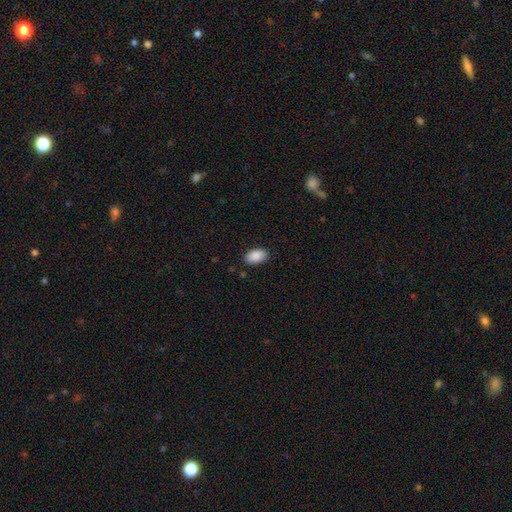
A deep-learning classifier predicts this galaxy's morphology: type=smooth (90%); roundness=in between (93%); merging=none (86%).